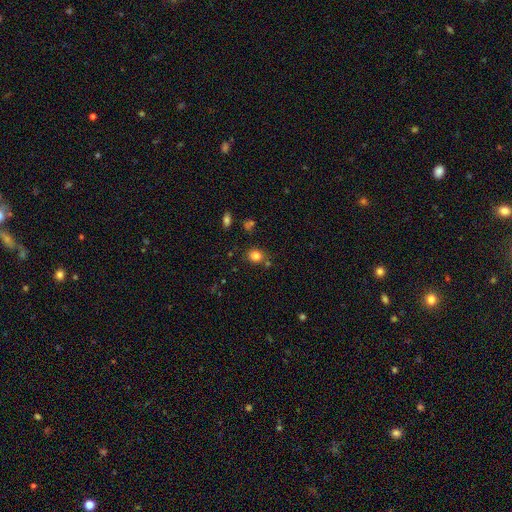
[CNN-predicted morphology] Overall: smooth (82%). How rounded: round (67%; in between 32%). Merging: none (76%).